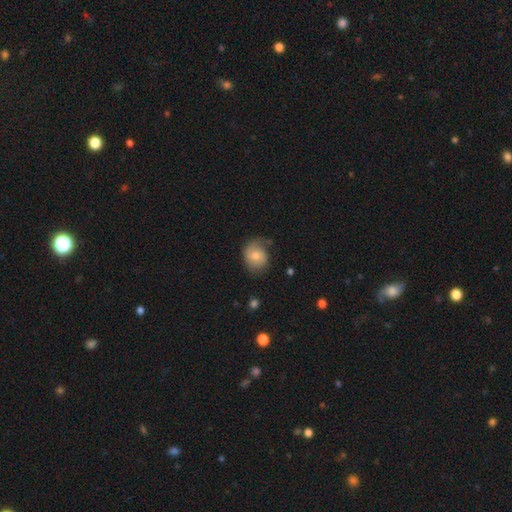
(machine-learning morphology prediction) type=smooth (62%); roundness=round (58%); merging=none (56%).